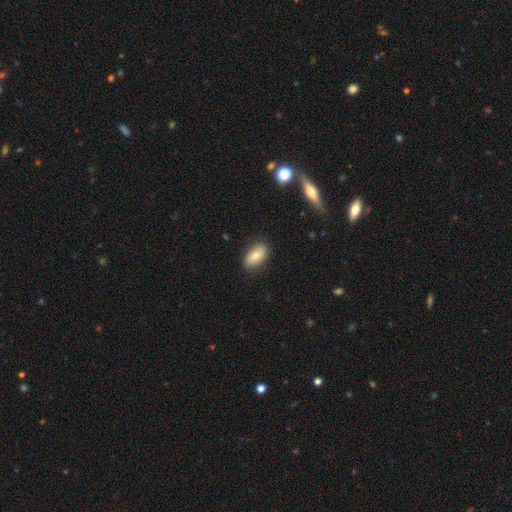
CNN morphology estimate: smooth_or_featured: smooth (p=0.78) [alt: featured or disk p=0.15]
how_rounded: in between (p=0.92) [alt: round p=0.05]
merging: none (p=0.83) [alt: minor disturbance p=0.13]